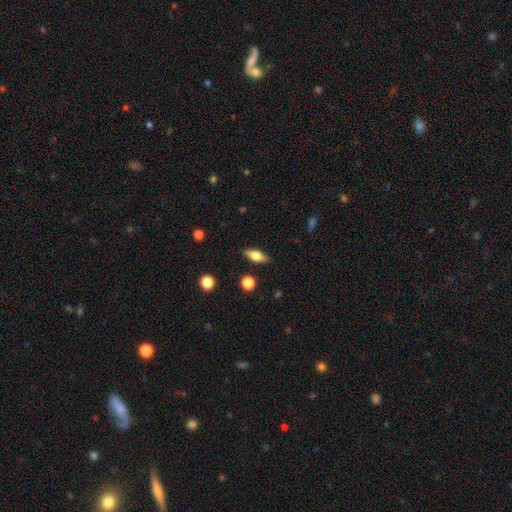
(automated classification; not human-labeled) smooth_or_featured: smooth (p=0.61) [alt: featured or disk p=0.31]
how_rounded: in between (p=0.71) [alt: cigar-shaped p=0.24]
merging: none (p=0.86) [alt: minor disturbance p=0.10]